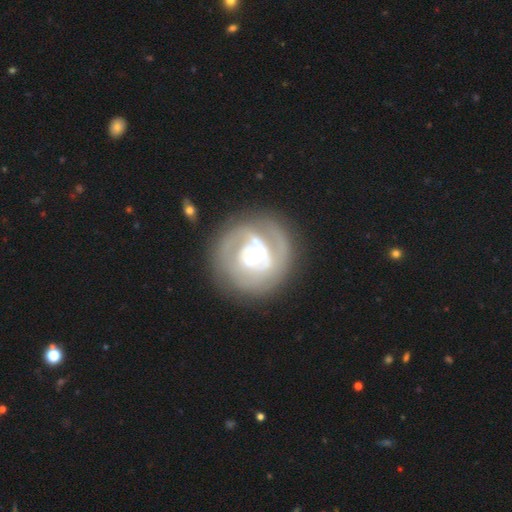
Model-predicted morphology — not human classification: Smooth or featured? Predicted: featured or disk (p=0.75). Edge-on disk? Predicted: no (p=0.96). Bar? Predicted: weak (p=0.39). Spiral arms? Predicted: yes (p=0.60). Bulge size? Predicted: moderate (p=0.64). Merging? Predicted: none (p=0.68).